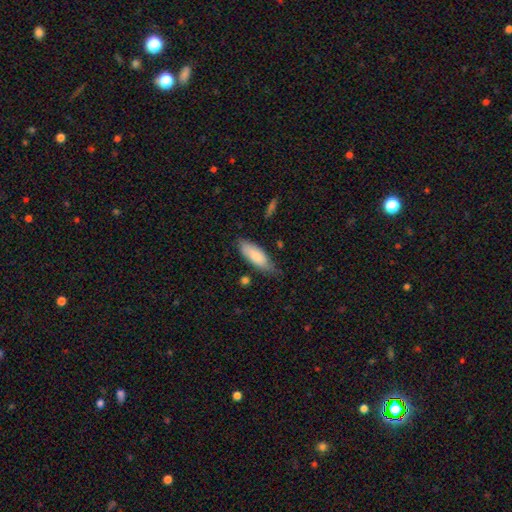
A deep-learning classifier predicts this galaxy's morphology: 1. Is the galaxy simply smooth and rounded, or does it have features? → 82% smooth, 13% featured or disk, 6% star or artifact.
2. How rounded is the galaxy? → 69% in between, 29% cigar-shaped, 2% round.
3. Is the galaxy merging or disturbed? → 68% none, 26% minor disturbance, 4% major disturbance, 2% merger.